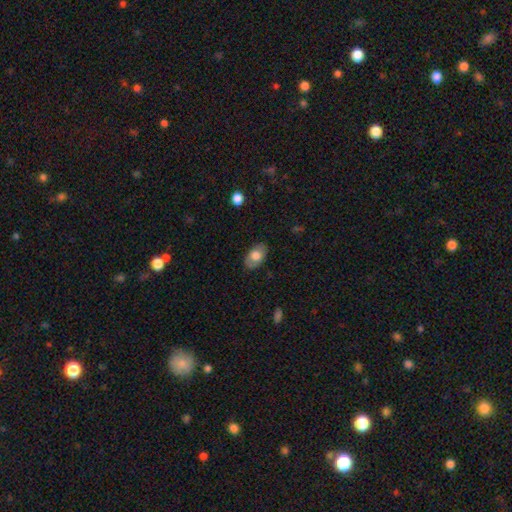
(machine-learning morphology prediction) type=smooth (74%); roundness=in between (91%); merging=none (83%).